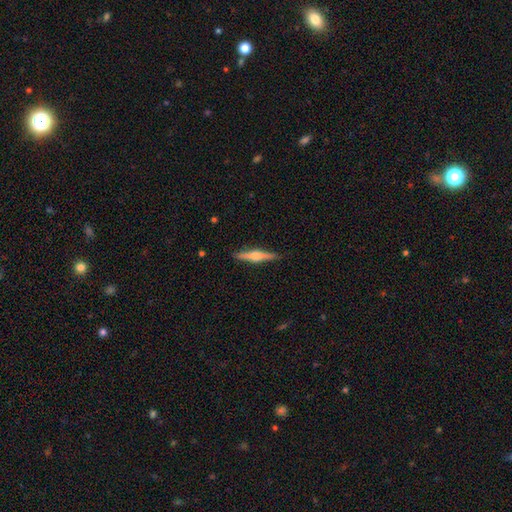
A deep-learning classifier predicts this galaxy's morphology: Q: Smooth or featured?
A: featured or disk (66%); runner-up: smooth (29%)
Q: Edge-on disk?
A: yes (98%); runner-up: no (2%)
Q: Edge-on bulge?
A: rounded (90%); runner-up: boxy (6%)
Q: Merging?
A: none (90%); runner-up: minor disturbance (8%)